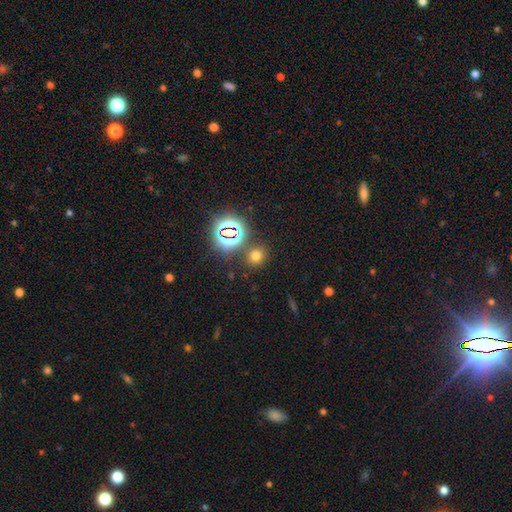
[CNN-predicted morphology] This is likely a smooth galaxy (63%). How rounded: likely round (76%). Merging: clearly none (80%).